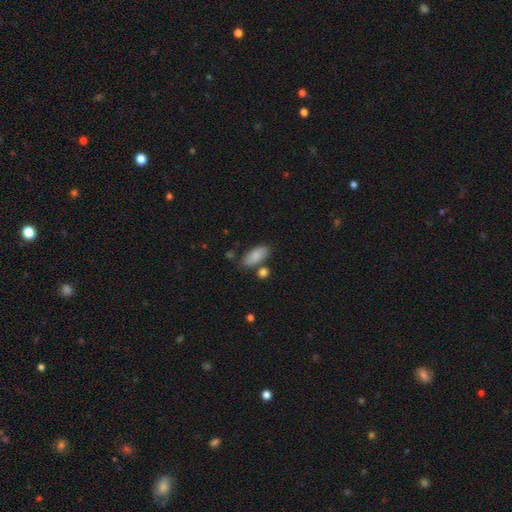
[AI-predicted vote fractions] smooth 85%, featured or disk 8%, star or artifact 7%. Down the decision tree: how rounded — in between (90%); merging — none (70%).